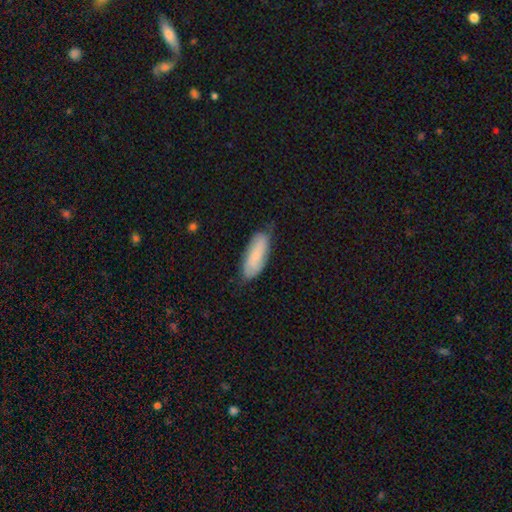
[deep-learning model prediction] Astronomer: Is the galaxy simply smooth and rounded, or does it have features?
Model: smooth — 72%.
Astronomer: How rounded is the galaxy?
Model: in between — 68%.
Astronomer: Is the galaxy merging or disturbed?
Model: none — 70%.